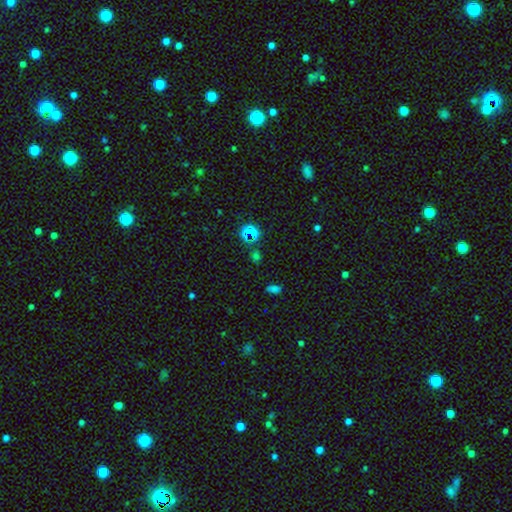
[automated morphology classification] A star or artifact, not a galaxy (53%).